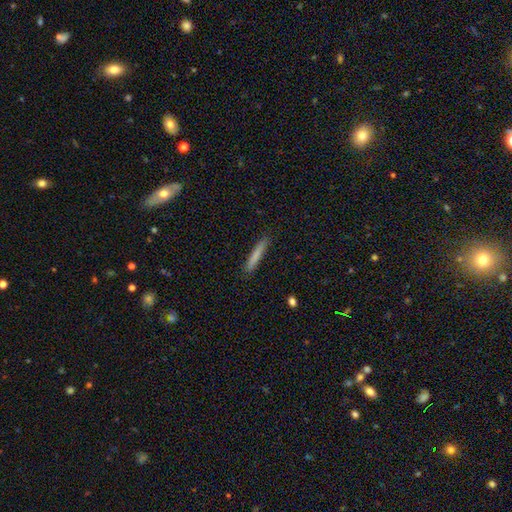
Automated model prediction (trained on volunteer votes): A smooth galaxy with no disk features (79%) that is cigar-shaped (95%). Merging: none (88%).